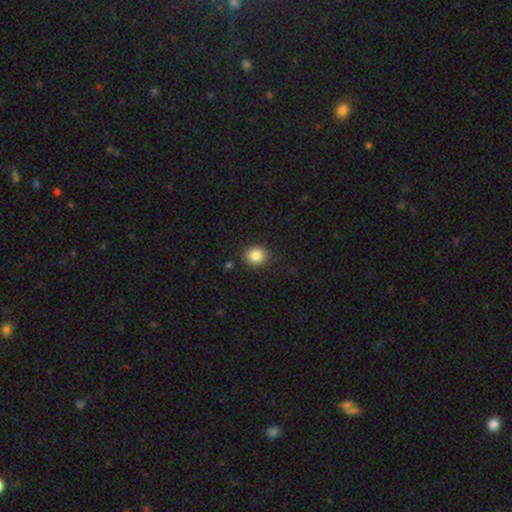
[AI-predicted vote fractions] Morphology: type=smooth (85%); roundness=round (78%); merging=none (87%).